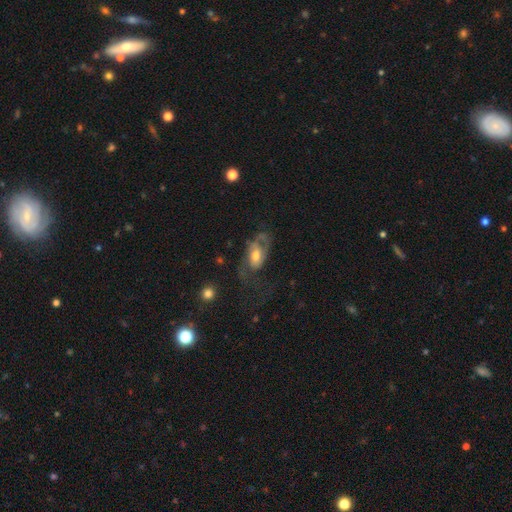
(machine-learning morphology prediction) A featured or disk galaxy (60%) with no bar (63%), spiral arms (71%) and a moderate central bulge (63%). Merging: major disturbance (45%).